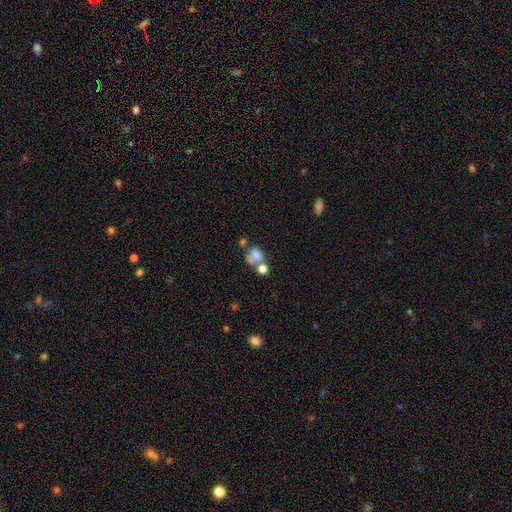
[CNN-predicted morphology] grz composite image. It shows a smooth galaxy with no disk features (70%) that is round (50%). Merging: merger (48%).